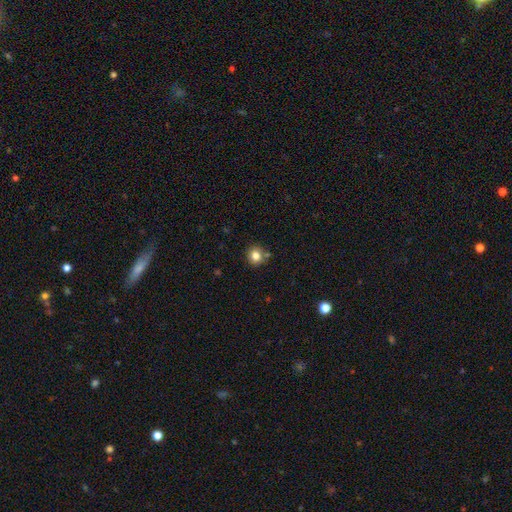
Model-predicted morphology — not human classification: This is clearly a smooth galaxy (81%). How rounded: clearly round (90%). Merging: likely none (79%).